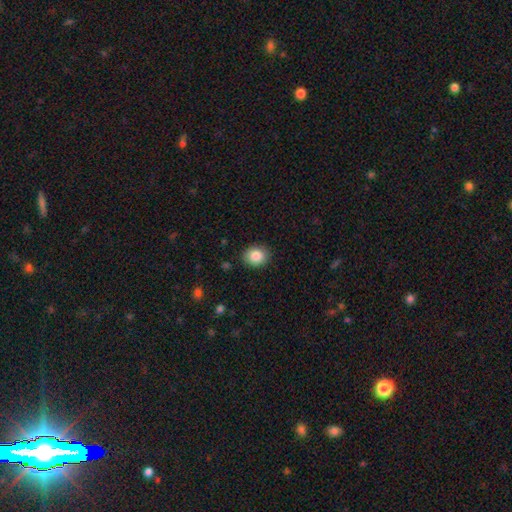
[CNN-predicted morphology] This appears to be a smooth galaxy with no disk features (86%) that is round (59%). Merging: none (88%).